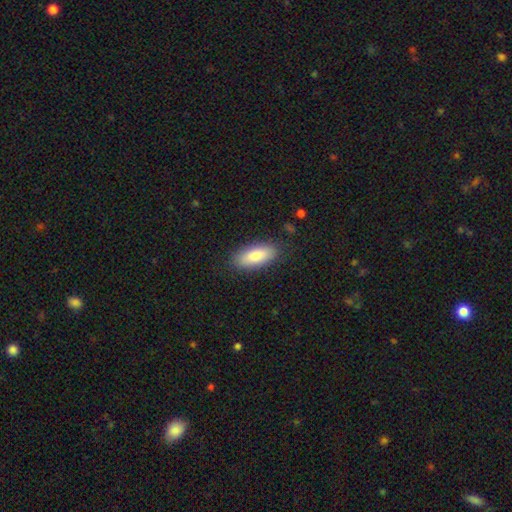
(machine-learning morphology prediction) smooth-or-featured: smooth: 81% | featured or disk: 12% | star or artifact: 6%
  how-rounded: in between: 76% | cigar-shaped: 21% | round: 2%
  merging: none: 86% | minor disturbance: 10% | major disturbance: 2% | merger: 1%